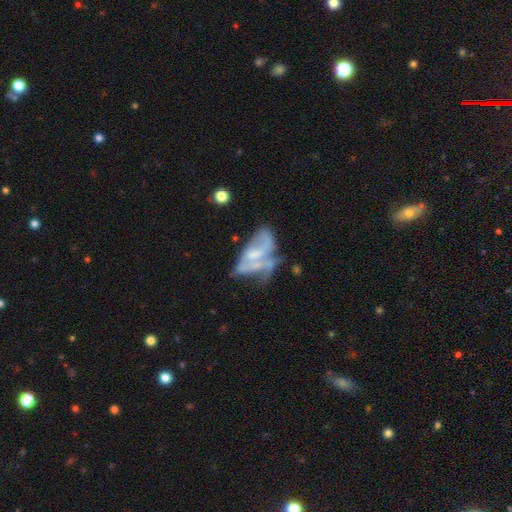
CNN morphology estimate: smooth-or-featured: featured or disk: 58% | smooth: 32% | star or artifact: 10%
  disk-edge-on: no: 92% | yes: 8%
    bar: no: 63% | weak: 26% | strong: 11%
    has-spiral-arms: no: 66% | yes: 34%
    bulge-size: none: 36% | small: 32% | moderate: 26% | large: 4% | dominant: 2%
  merging: merger: 33% (tied) | major disturbance: 33% (tied) | none: 18% | minor disturbance: 16%